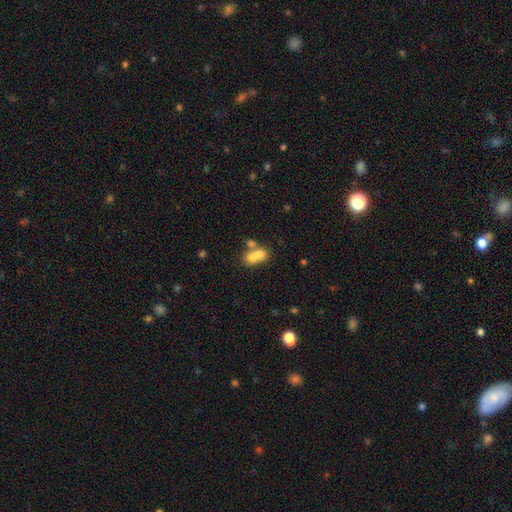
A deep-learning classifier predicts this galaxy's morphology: smooth 67%, featured or disk 21%, star or artifact 11%. Down the decision tree: how rounded — in between (58%); merging — merger (65%).